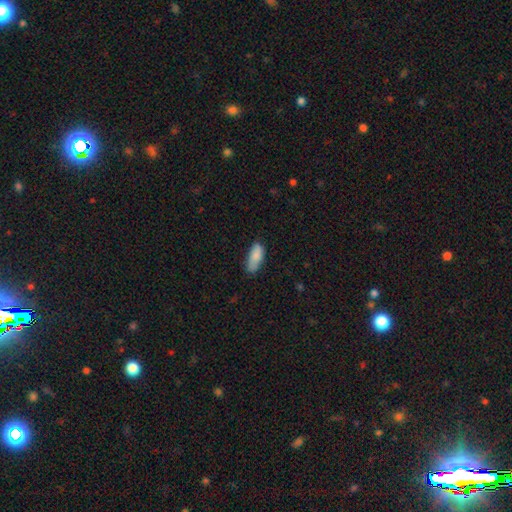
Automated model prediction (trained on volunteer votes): Morphology: type=smooth (84%); roundness=in between (81%); merging=none (62%).